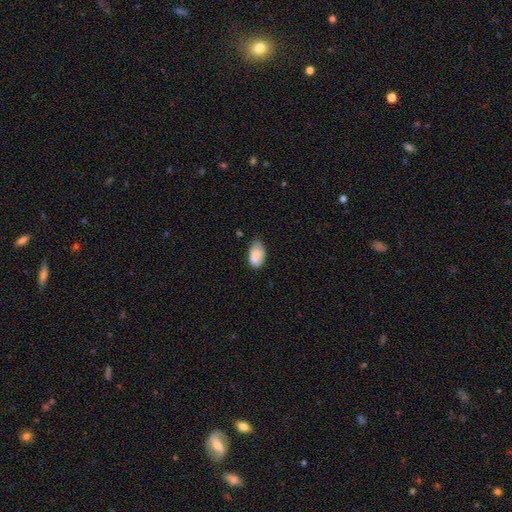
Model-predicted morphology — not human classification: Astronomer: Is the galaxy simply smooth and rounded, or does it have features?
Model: smooth — 84%.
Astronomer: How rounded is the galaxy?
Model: in between — 93%.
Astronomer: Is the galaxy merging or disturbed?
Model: none — 59%.